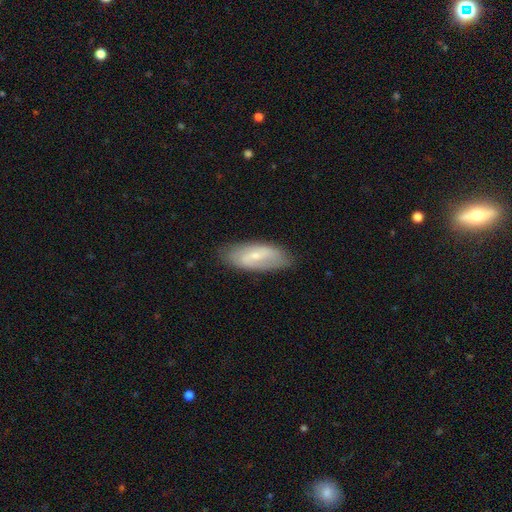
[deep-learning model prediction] This appears to be a featured or disk galaxy (55%). Merging: none (80%).